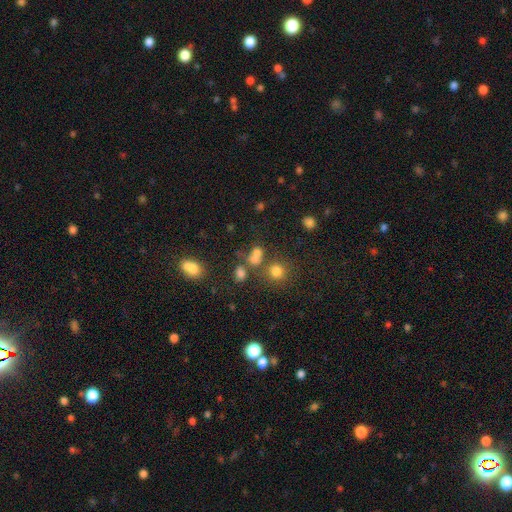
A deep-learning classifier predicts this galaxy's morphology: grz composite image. It shows a smooth galaxy with no disk features (68%) that is round (55%). Merging: none (46%).